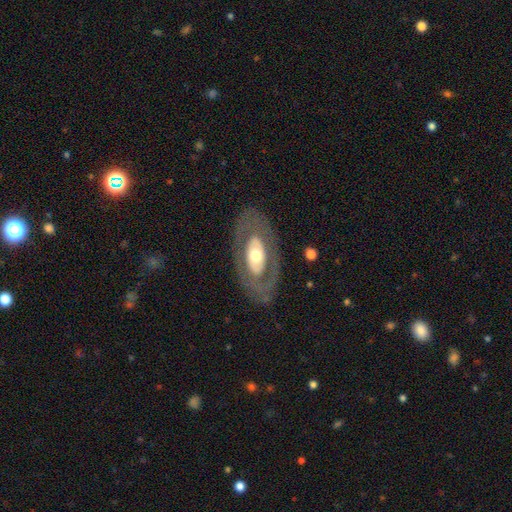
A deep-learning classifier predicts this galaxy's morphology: Smooth or featured? Predicted: featured or disk (p=0.61). Edge-on disk? Predicted: no (p=0.89). Bar? Predicted: no (p=0.81). Spiral arms? Predicted: no (p=0.83). Bulge size? Predicted: moderate (p=0.58). Merging? Predicted: none (p=0.80).